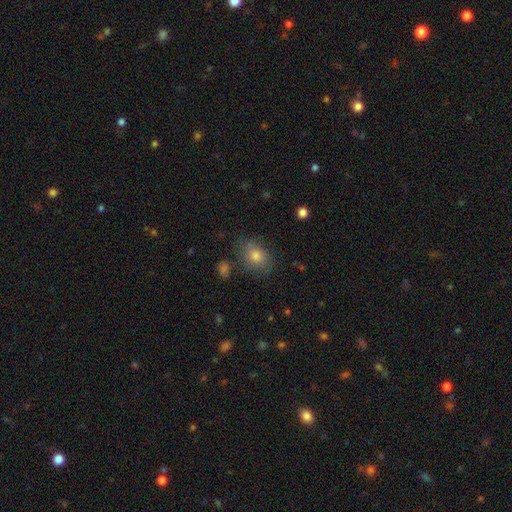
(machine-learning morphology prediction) Smooth or featured?
  - smooth: 67% *
  - featured or disk: 19%
  - star or artifact: 13%
How rounded?
  - in between: 52% *
  - round: 47%
  - cigar-shaped: 1%
Merging?
  - none: 72% *
  - minor disturbance: 18%
  - major disturbance: 7%
  - merger: 3%